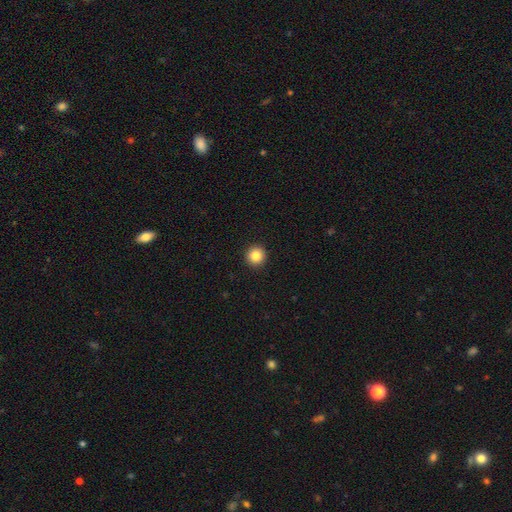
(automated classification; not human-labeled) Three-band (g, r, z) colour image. It shows a smooth galaxy with no disk features (84%) that is round (94%). Merging: none (93%).